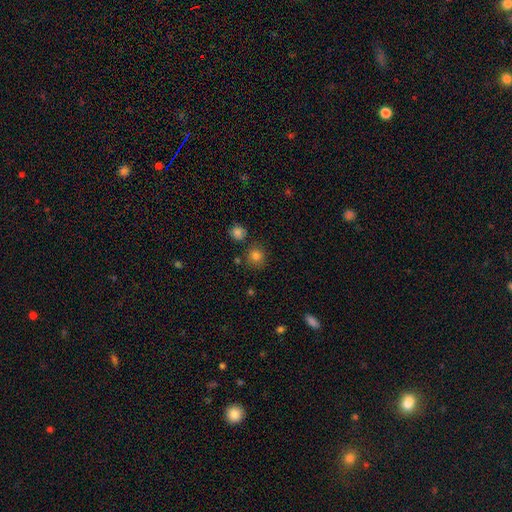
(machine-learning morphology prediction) Q: Smooth or featured?
A: smooth (81%); runner-up: star or artifact (13%)
Q: How rounded?
A: round (90%); runner-up: in between (9%)
Q: Merging?
A: none (81%); runner-up: minor disturbance (10%)